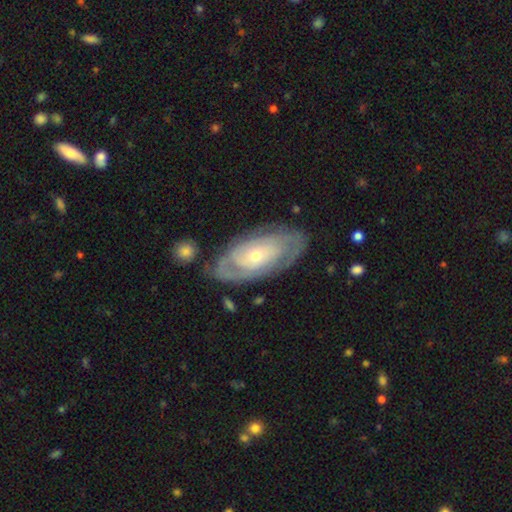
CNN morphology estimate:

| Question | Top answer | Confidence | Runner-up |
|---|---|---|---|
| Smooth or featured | featured or disk | 80% | smooth (15%) |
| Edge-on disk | no | 93% | yes (7%) |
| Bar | no | 78% | weak (17%) |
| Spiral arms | yes | 83% | no (17%) |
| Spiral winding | tight | 72% | medium (22%) |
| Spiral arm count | can't tell | 42% | 2 (37%) |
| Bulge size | small | 60% | moderate (36%) |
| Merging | none | 77% | minor disturbance (15%) |